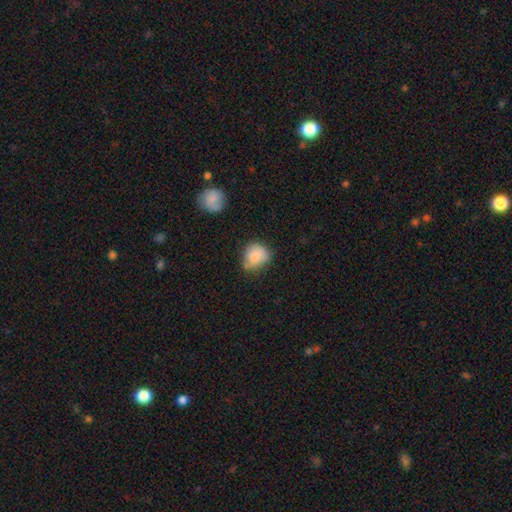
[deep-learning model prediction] Q: Smooth or featured?
A: smooth (82%); runner-up: featured or disk (9%)
Q: How rounded?
A: round (66%); runner-up: in between (33%)
Q: Merging?
A: none (53%); runner-up: minor disturbance (34%)